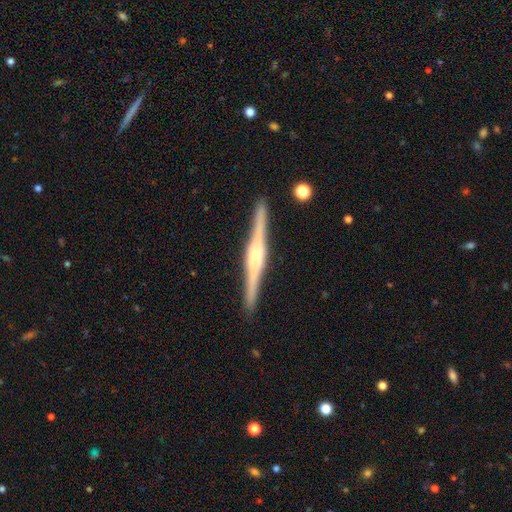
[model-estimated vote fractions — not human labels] This is clearly a featured or disk galaxy (85%). It is clearly viewed edge-on (99%). Edge-on bulge: possibly rounded (53%). Merging: clearly none (91%).